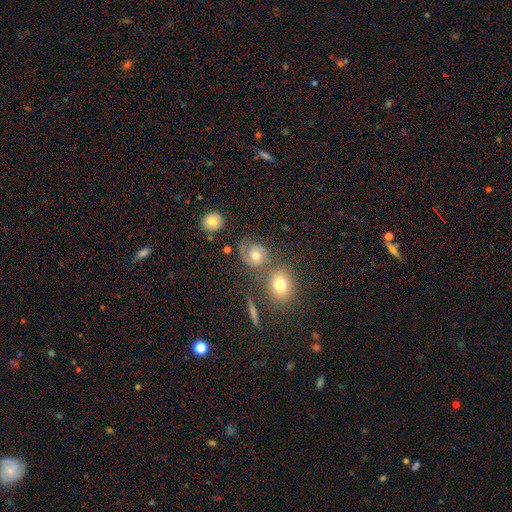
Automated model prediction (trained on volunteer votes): smooth-or-featured: featured or disk: 56% | smooth: 32% | star or artifact: 12%
  disk-edge-on: no: 96% | yes: 4%
    bar: no: 76% | weak: 20% | strong: 4%
    has-spiral-arms: yes: 87% | no: 13%
    bulge-size: moderate: 69% | small: 18% | large: 9% | none: 3% | dominant: 2%
  merging: none: 54% | minor disturbance: 18% | merger: 15% | major disturbance: 13%